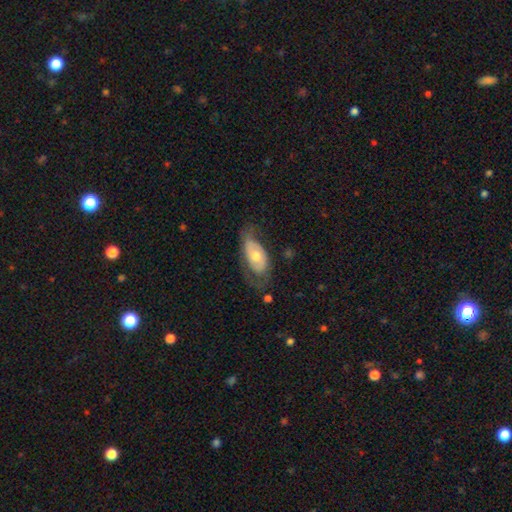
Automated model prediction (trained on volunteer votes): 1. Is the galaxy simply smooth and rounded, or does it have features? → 54% featured or disk, 40% smooth, 6% star or artifact.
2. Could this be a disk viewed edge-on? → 89% no, 11% yes.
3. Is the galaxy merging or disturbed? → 48% none, 28% minor disturbance, 22% major disturbance, 2% merger.